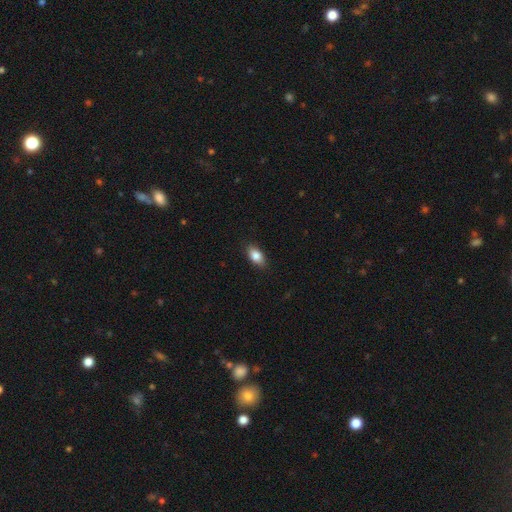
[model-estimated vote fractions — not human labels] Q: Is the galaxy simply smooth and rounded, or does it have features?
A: smooth — 85%.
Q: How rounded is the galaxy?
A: in between — 89%.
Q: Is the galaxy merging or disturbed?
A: none — 87%.